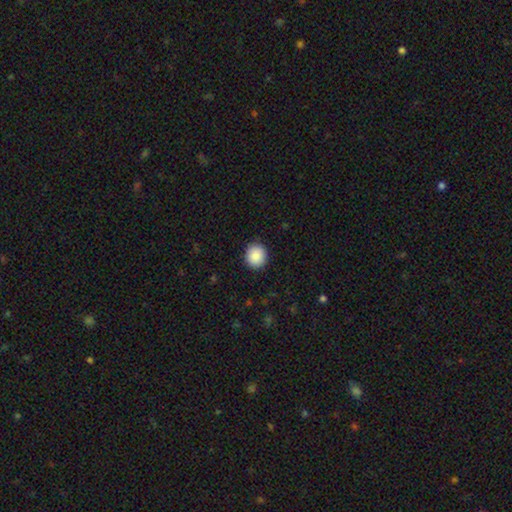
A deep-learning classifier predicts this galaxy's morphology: A smooth galaxy with no disk features (89%) that is round (87%).

Vote fractions:
- Smooth or featured? smooth: 89% / star or artifact: 8% / featured or disk: 3%
- How rounded? round: 87% / in between: 12% / cigar-shaped: 1%
- Merging? none: 91% / minor disturbance: 6% / major disturbance: 2% / merger: 1%